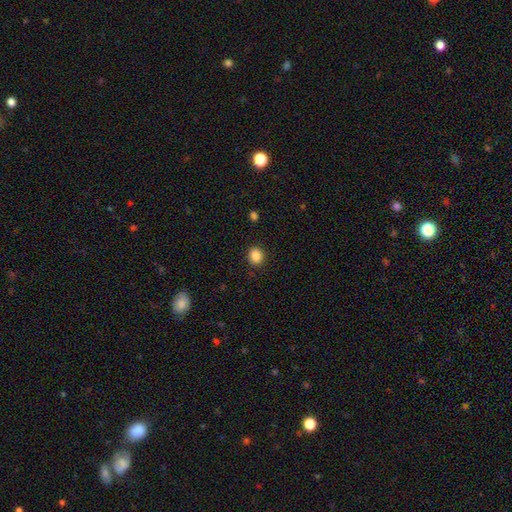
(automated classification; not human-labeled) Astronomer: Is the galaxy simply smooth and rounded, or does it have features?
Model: smooth — 87%.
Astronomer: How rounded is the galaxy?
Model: round — 71%.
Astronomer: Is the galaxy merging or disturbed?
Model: none — 90%.